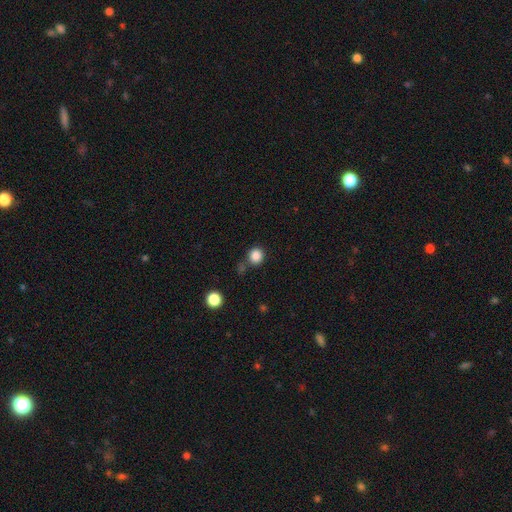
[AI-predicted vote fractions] This is clearly a smooth galaxy (85%). How rounded: clearly round (86%). Merging: likely none (74%).